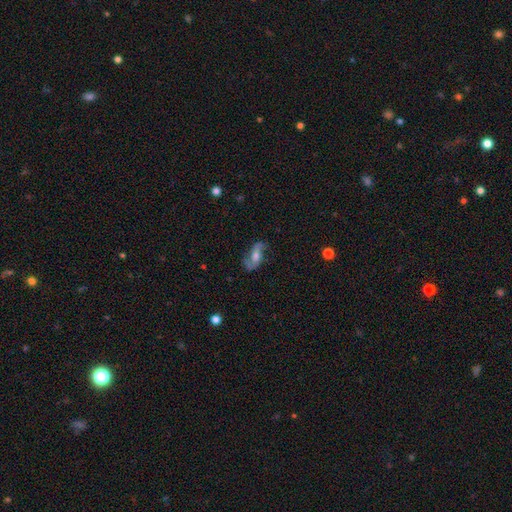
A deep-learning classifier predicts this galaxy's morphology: Q: Smooth or featured?
A: featured or disk (72%); runner-up: smooth (21%)
Q: Edge-on disk?
A: no (93%); runner-up: yes (7%)
Q: Bar?
A: no (43%); runner-up: weak (39%)
Q: Spiral arms?
A: yes (92%); runner-up: no (8%)
Q: Spiral winding?
A: loose (67%); runner-up: medium (26%)
Q: Spiral arm count?
A: 2 (90%); runner-up: can't tell (4%)
Q: Bulge size?
A: moderate (54%); runner-up: small (23%)
Q: Merging?
A: none (71%); runner-up: minor disturbance (18%)